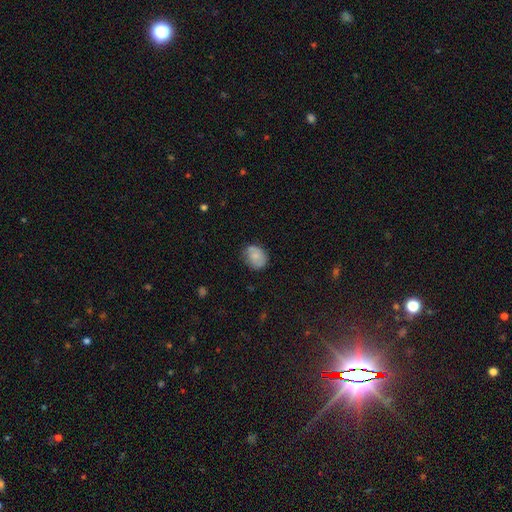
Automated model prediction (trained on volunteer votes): A smooth galaxy with no disk features (70%) that is round (52%).

Vote fractions:
- Smooth or featured? smooth: 70% / featured or disk: 22% / star or artifact: 8%
- How rounded? round: 52% / in between: 47% / cigar-shaped: 1%
- Merging? none: 66% / minor disturbance: 26% / major disturbance: 6% / merger: 2%